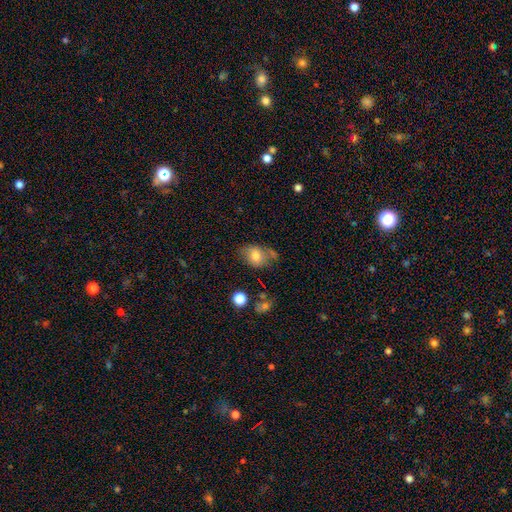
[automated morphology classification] Smooth or featured: smooth — 73% (featured or disk — 18%)
How rounded: in between — 67% (round — 32%)
Merging: none — 52% (minor disturbance — 27%)